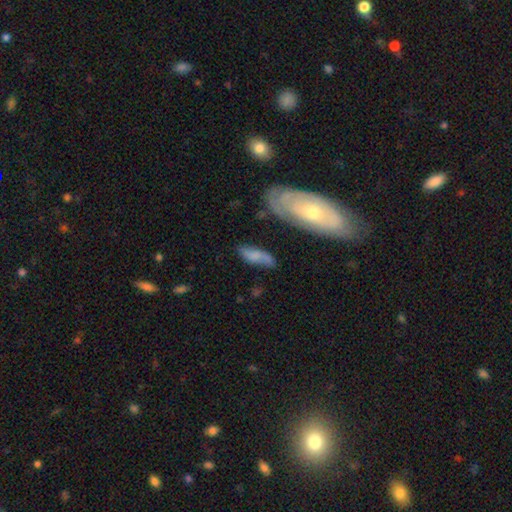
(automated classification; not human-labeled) A smooth galaxy with no disk features (51%) that is in between round and cigar-shaped (69%). Merging: none (58%).